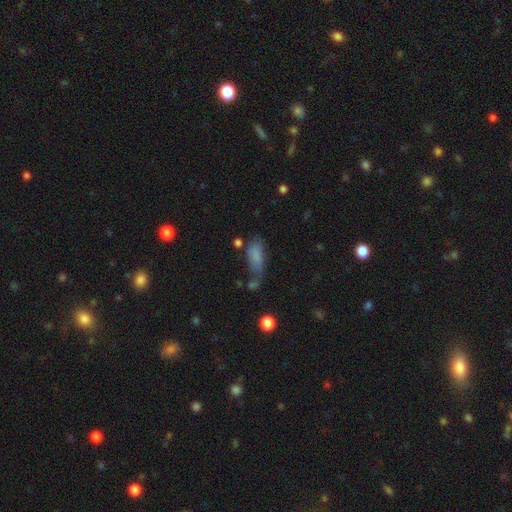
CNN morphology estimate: smooth_or_featured: smooth (p=0.79) [alt: featured or disk p=0.11]
how_rounded: in between (p=0.79) [alt: cigar-shaped p=0.18]
merging: none (p=0.46) [alt: minor disturbance p=0.28]